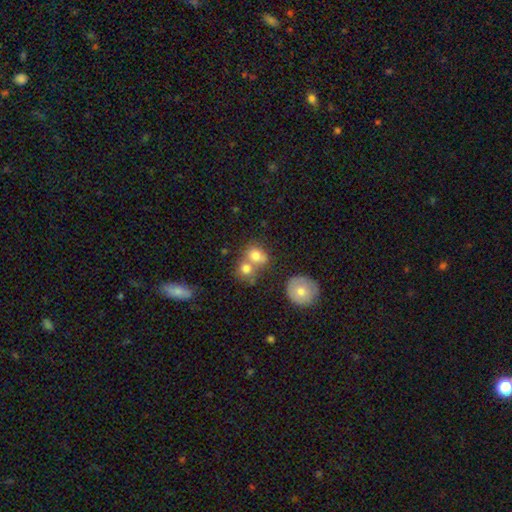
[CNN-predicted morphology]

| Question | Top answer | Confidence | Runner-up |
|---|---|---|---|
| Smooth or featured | smooth | 75% | featured or disk (14%) |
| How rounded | round | 63% | in between (36%) |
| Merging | merger | 52% | none (34%) |